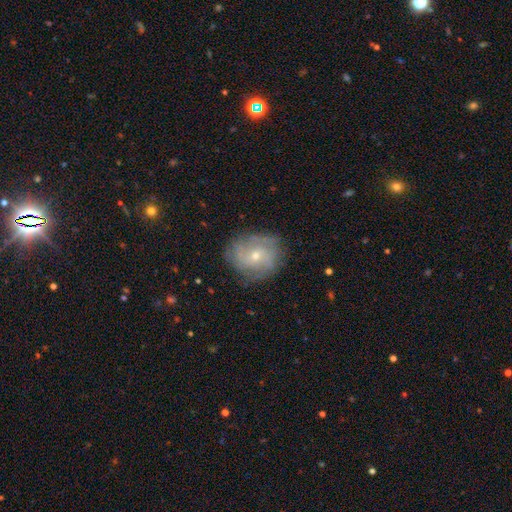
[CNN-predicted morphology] Q: Smooth or featured?
A: featured or disk (59%); runner-up: smooth (32%)
Q: Edge-on disk?
A: no (96%); runner-up: yes (4%)
Q: Bar?
A: no (72%); runner-up: weak (24%)
Q: Spiral arms?
A: yes (75%); runner-up: no (25%)
Q: Bulge size?
A: small (58%); runner-up: moderate (38%)
Q: Merging?
A: none (73%); runner-up: minor disturbance (19%)